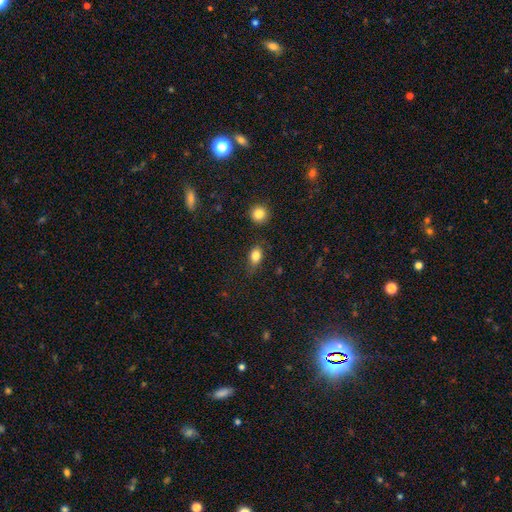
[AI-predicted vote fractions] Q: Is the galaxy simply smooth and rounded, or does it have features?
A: smooth — 81%.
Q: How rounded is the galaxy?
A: in between — 78%.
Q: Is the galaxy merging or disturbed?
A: none — 72%.